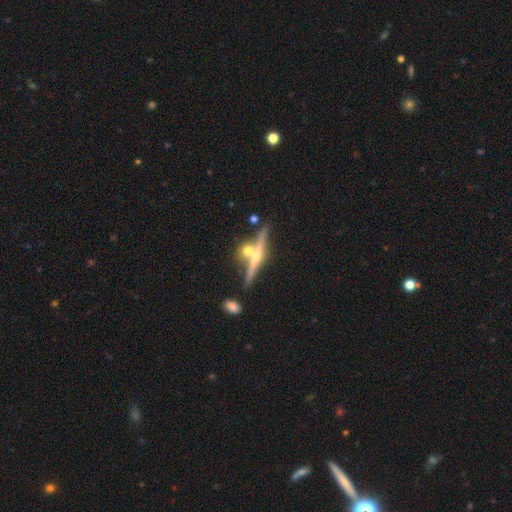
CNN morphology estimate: Smooth or featured: featured or disk — 75% (smooth — 17%)
Edge-on disk: yes — 95% (no — 5%)
Edge-on bulge: rounded — 87% (none — 9%)
Merging: none — 65% (merger — 22%)